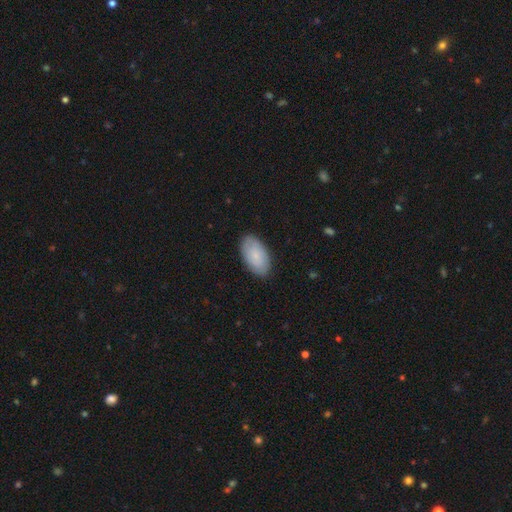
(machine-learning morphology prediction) smooth 73%, featured or disk 21%, star or artifact 6%. Down the decision tree: how rounded — in between (95%); merging — none (85%).